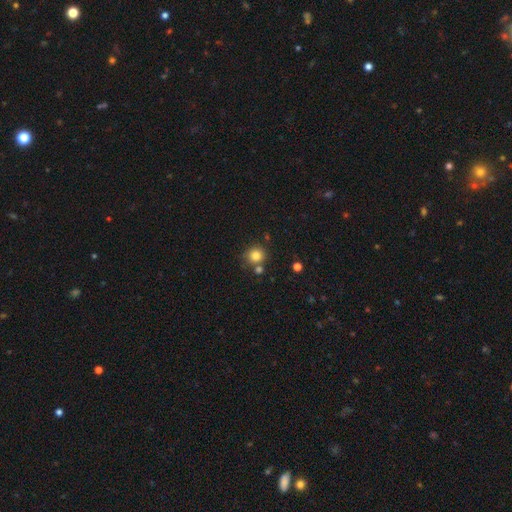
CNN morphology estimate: Overall: smooth (82%). How rounded: round (89%). Merging: none (72%).